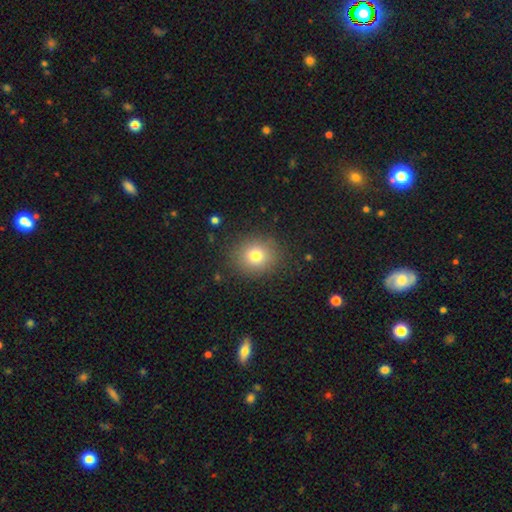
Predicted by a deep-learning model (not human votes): A smooth galaxy with no disk features (77%) that is round (79%).

Vote fractions:
- Smooth or featured? smooth: 77% / star or artifact: 13% / featured or disk: 9%
- How rounded? round: 79% / in between: 20% / cigar-shaped: 1%
- Merging? none: 87% / minor disturbance: 8% / major disturbance: 3% / merger: 1%